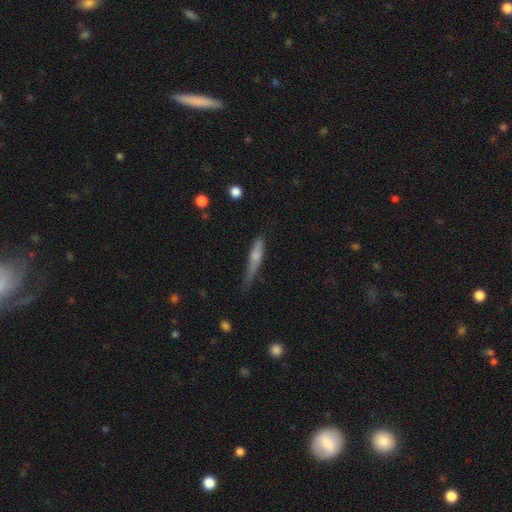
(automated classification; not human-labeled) Smooth or featured? Predicted: smooth (p=0.61). How rounded? Predicted: cigar-shaped (p=0.84). Merging? Predicted: none (p=0.45).